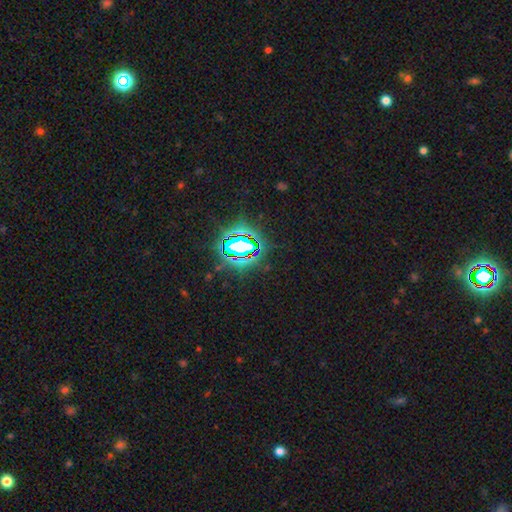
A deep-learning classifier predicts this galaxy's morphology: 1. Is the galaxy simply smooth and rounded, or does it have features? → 78% star or artifact, 13% smooth, 9% featured or disk.